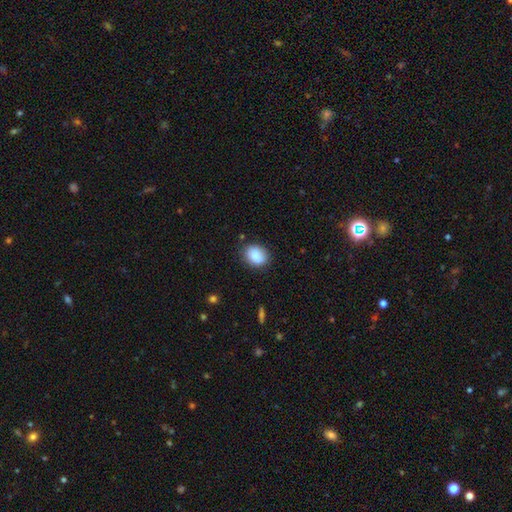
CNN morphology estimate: The model was most divided on "how rounded": in between: 58%, round: 41%, cigar-shaped: 1%. More confident: smooth or featured — smooth (86%); merging — none (79%).